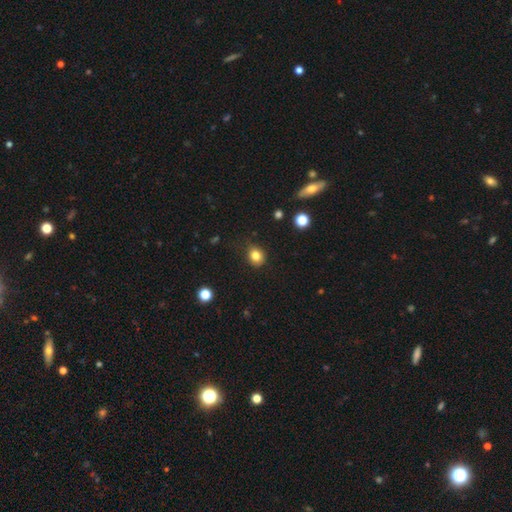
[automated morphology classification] A smooth galaxy with no disk features (82%) that is round (69%).

Vote fractions:
- Smooth or featured? smooth: 82% / star or artifact: 12% / featured or disk: 6%
- How rounded? round: 69% / in between: 30% / cigar-shaped: 1%
- Merging? none: 81% / minor disturbance: 14% / major disturbance: 3% / merger: 1%